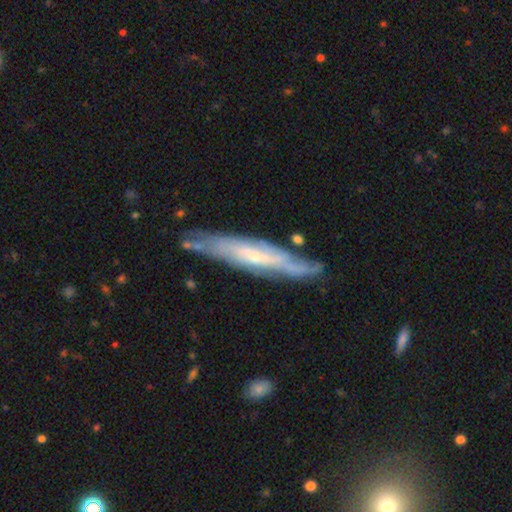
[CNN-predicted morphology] This is likely a featured or disk galaxy (68%). It is likely viewed edge-on (62%). Merging: likely none (72%).